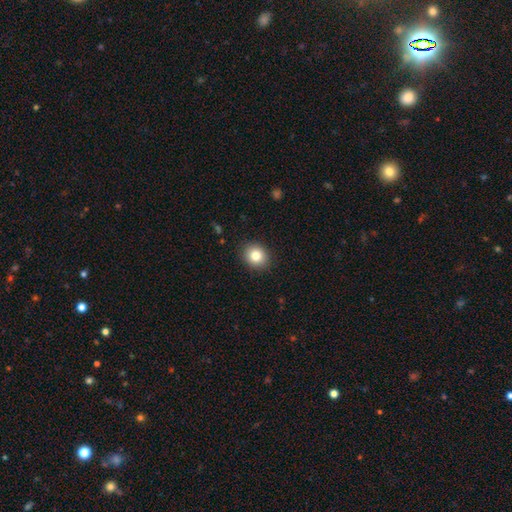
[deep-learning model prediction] Smooth or featured: smooth — 83% (star or artifact — 10%)
How rounded: round — 72% (in between — 27%)
Merging: none — 90% (minor disturbance — 7%)